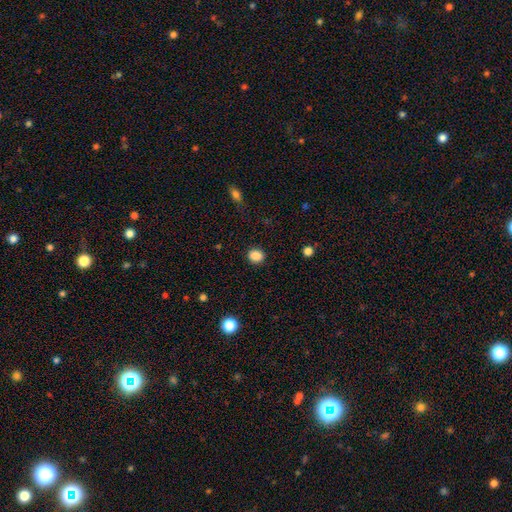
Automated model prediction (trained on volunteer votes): This is clearly a smooth galaxy (88%). How rounded: possibly round (56%). Merging: clearly none (88%).